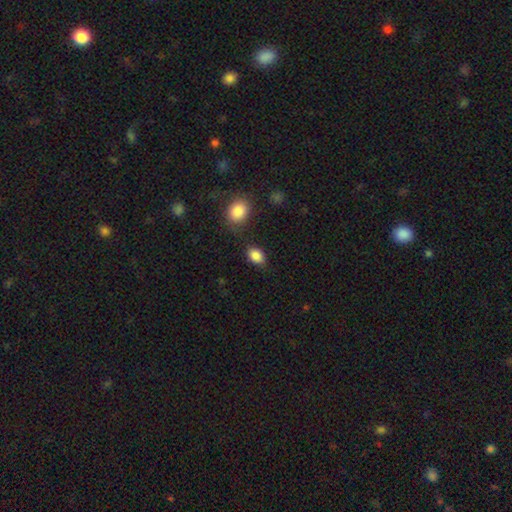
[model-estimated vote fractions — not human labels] Q: Smooth or featured?
A: smooth (87%); runner-up: star or artifact (9%)
Q: How rounded?
A: in between (79%); runner-up: round (20%)
Q: Merging?
A: none (75%); runner-up: minor disturbance (16%)